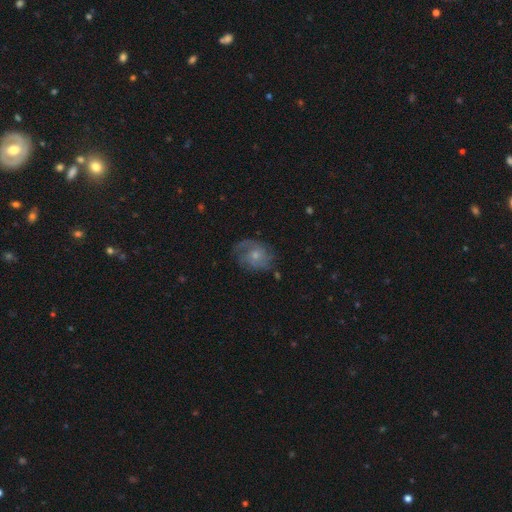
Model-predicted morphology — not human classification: This is likely a featured or disk galaxy (70%). It is clearly not viewed edge-on (97%). Bar: likely no (75%). Spiral arm pattern: clearly yes (89%). Spiral arm count: possibly 2 (46%). Spiral winding: marginally medium (44%). Central bulge: possibly small (55%). Merging: likely none (65%).